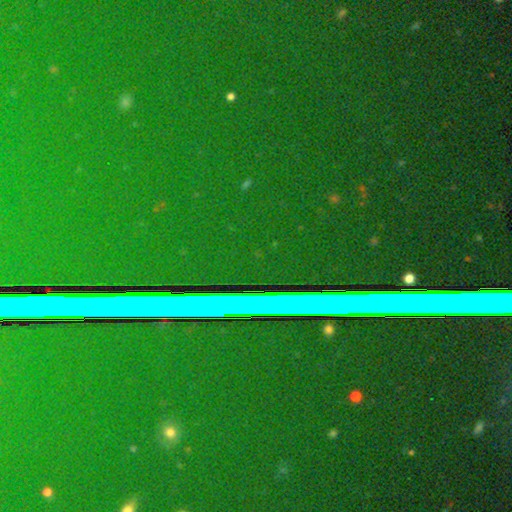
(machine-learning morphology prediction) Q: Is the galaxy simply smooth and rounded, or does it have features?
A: star or artifact — 85%.